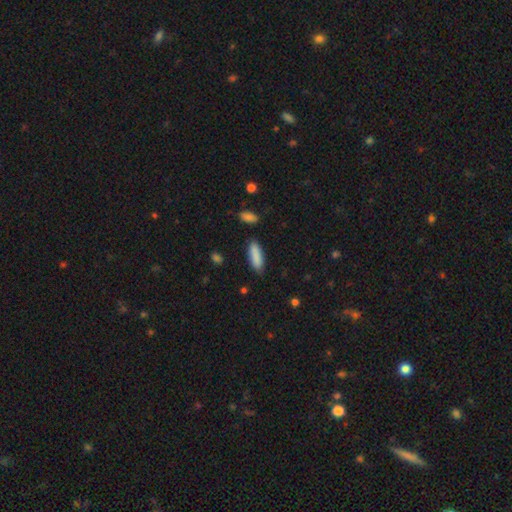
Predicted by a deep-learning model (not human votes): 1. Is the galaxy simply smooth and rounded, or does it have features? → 88% smooth, 6% star or artifact, 6% featured or disk.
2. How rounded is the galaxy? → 57% in between, 41% cigar-shaped, 2% round.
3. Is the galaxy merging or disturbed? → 83% none, 12% minor disturbance, 2% major disturbance, 2% merger.